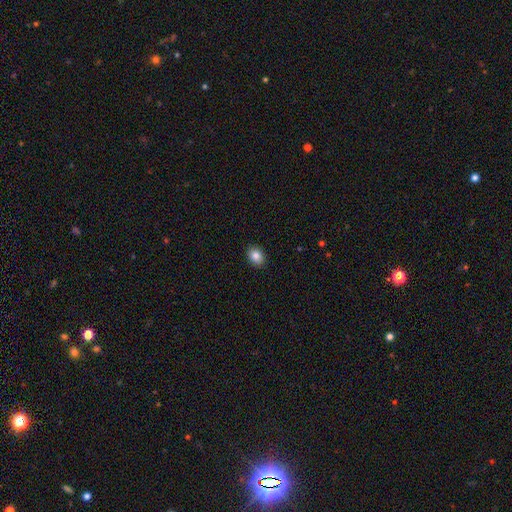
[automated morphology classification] A smooth galaxy with no disk features (86%) that is in between round and cigar-shaped (61%). Merging: none (90%).